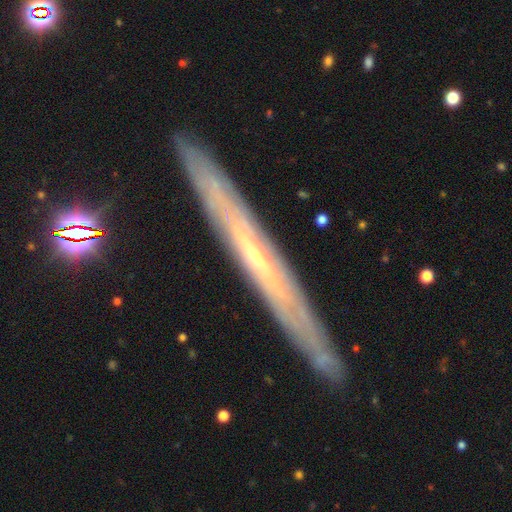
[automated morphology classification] Overall: featured or disk (75%). Edge-on disk: yes (85%). Edge-on bulge: none (65%; rounded 32%). Merging: none (89%).